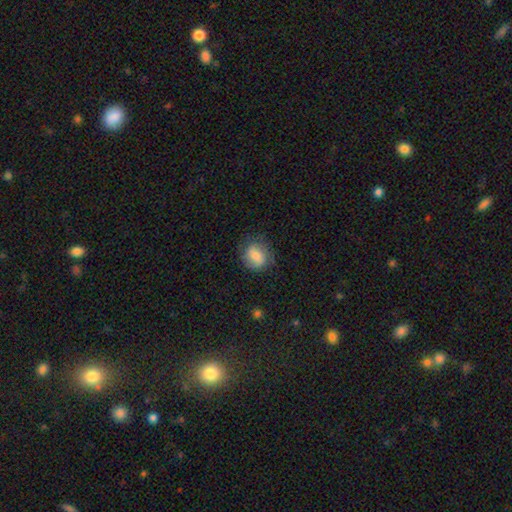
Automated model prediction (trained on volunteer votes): Smooth or featured?
  - smooth: 73% *
  - featured or disk: 19%
  - star or artifact: 8%
How rounded?
  - round: 62% *
  - in between: 37%
  - cigar-shaped: 1%
Merging?
  - none: 71% *
  - minor disturbance: 20%
  - major disturbance: 8%
  - merger: 1%